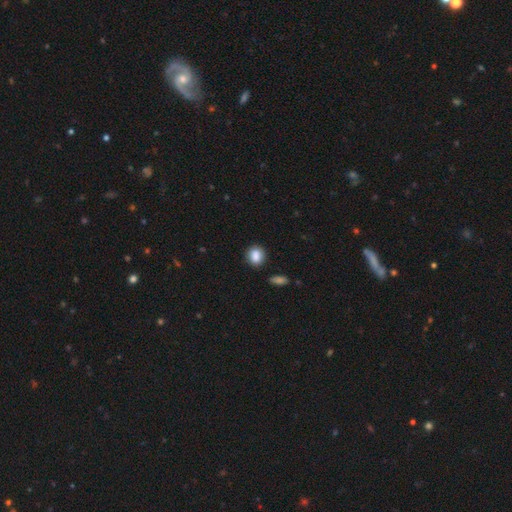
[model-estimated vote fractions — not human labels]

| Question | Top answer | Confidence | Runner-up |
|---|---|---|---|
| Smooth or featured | smooth | 87% | star or artifact (9%) |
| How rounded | round | 61% | in between (38%) |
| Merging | none | 82% | minor disturbance (12%) |